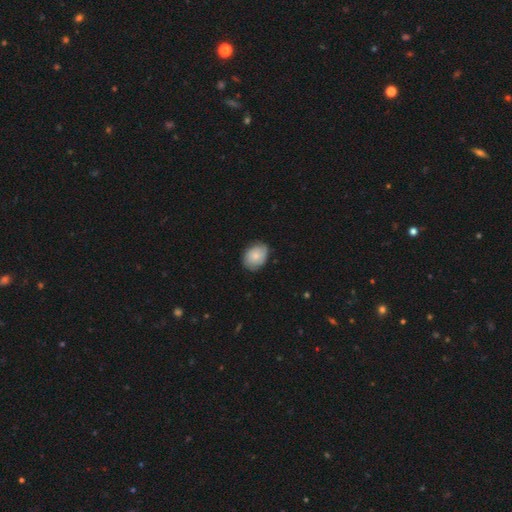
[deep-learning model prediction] Smooth or featured: smooth — 78% (featured or disk — 16%)
How rounded: in between — 63% (round — 36%)
Merging: none — 78% (minor disturbance — 18%)